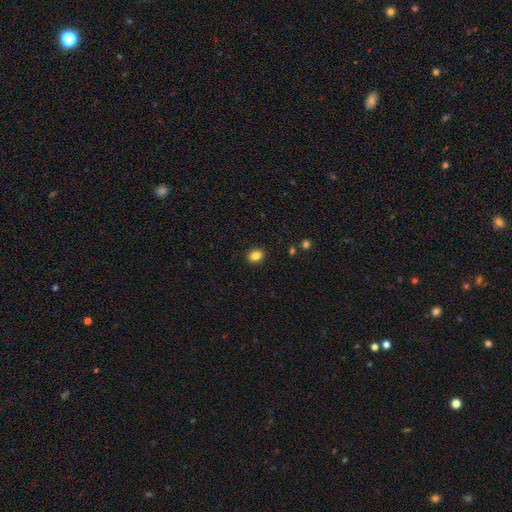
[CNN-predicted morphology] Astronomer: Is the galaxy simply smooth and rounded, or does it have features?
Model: smooth — 84%.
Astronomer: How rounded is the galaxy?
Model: in between — 54% (runner-up: round, 45%).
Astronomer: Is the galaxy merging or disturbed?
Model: none — 90%.